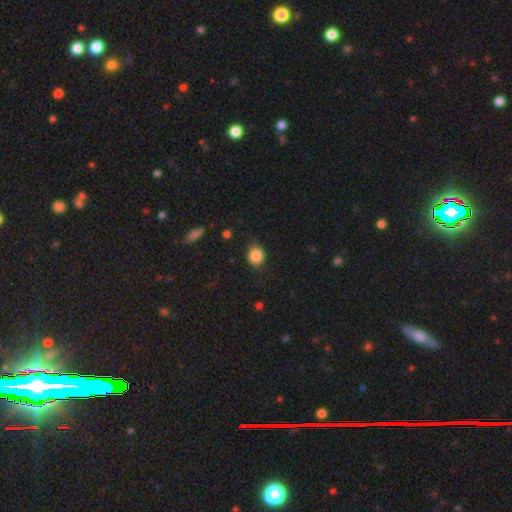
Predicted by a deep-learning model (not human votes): Morphology: type=smooth (86%); roundness=round (63%); merging=none (80%).